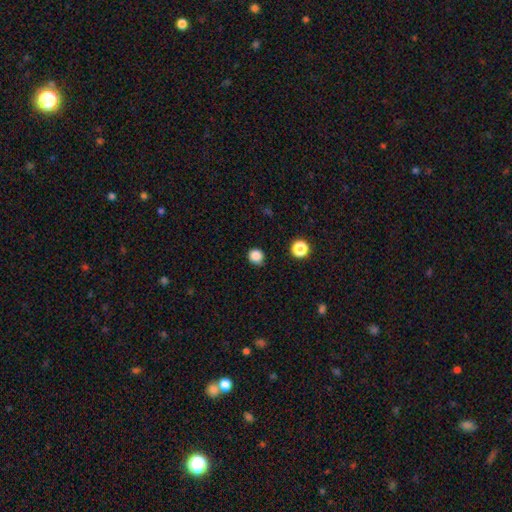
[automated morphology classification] This appears to be a smooth galaxy with no disk features (85%) that is round (91%). Merging: none (87%).